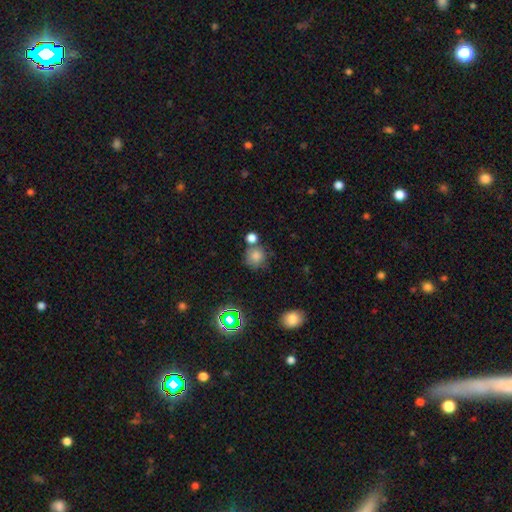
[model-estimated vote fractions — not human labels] smooth_or_featured: smooth (p=0.76) [alt: star or artifact p=0.15]
how_rounded: round (p=0.89) [alt: in between p=0.10]
merging: none (p=0.61) [alt: merger p=0.22]